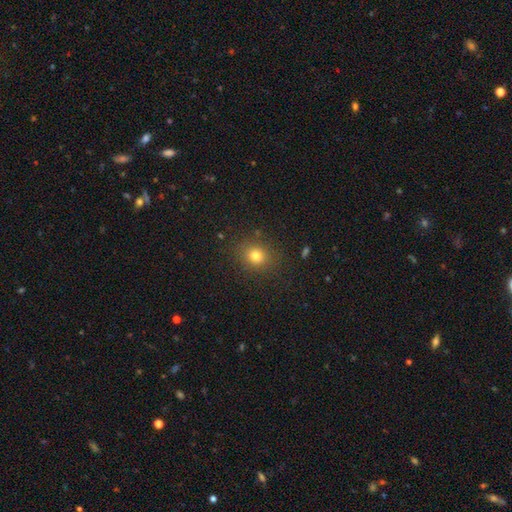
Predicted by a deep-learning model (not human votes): This is likely a smooth galaxy (78%). How rounded: likely round (75%). Merging: clearly none (86%).